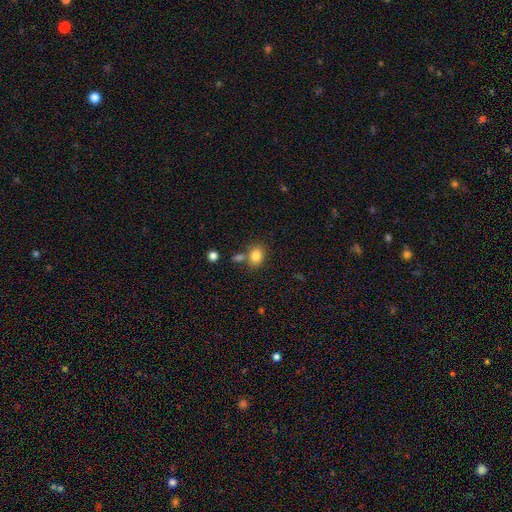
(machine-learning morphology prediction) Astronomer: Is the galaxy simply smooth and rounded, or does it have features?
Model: smooth — 83%.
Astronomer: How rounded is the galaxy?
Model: in between — 57% (runner-up: round, 42%).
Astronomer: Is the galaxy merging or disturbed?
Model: none — 61%.